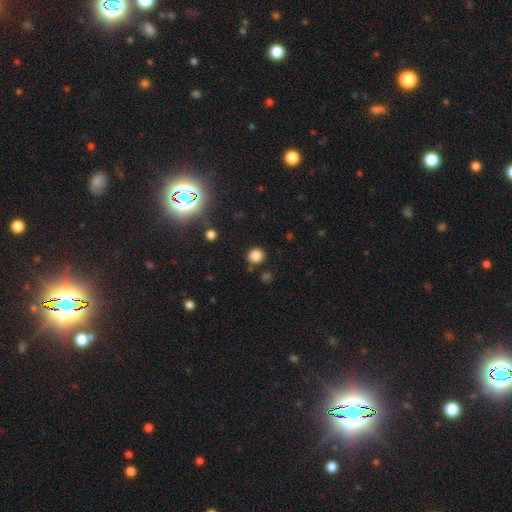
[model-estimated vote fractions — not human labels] Smooth or featured: smooth — 84% (star or artifact — 12%)
How rounded: round — 92% (in between — 7%)
Merging: none — 88% (minor disturbance — 6%)